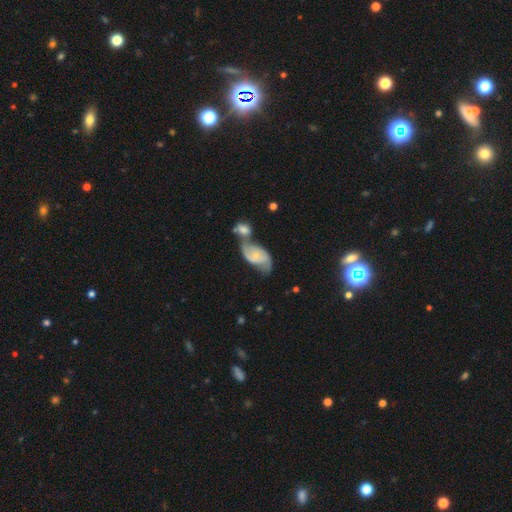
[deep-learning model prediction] Smooth or featured? Predicted: featured or disk (p=0.74). Edge-on disk? Predicted: no (p=0.97). Bar? Predicted: no (p=0.57). Spiral arms? Predicted: yes (p=0.91). Spiral winding? Predicted: loose (p=0.48). Spiral arm count? Predicted: 2 (p=0.88). Bulge size? Predicted: small (p=0.67). Merging? Predicted: merger (p=0.55).